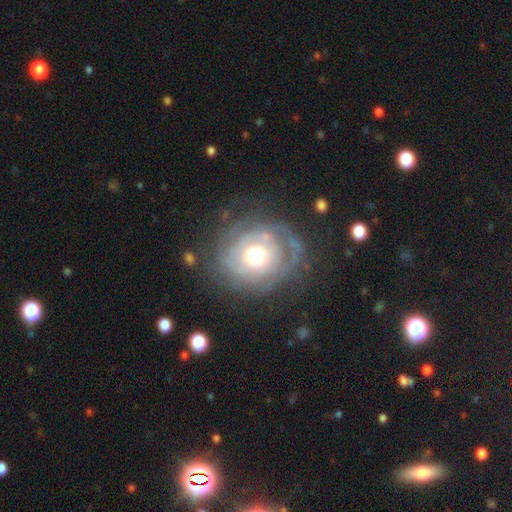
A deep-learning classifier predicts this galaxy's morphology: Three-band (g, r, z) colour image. It shows a featured or disk galaxy (73%) with no bar (82%), tight (70%) spiral arms (78%) and a moderate central bulge (63%). Merging: none (66%).